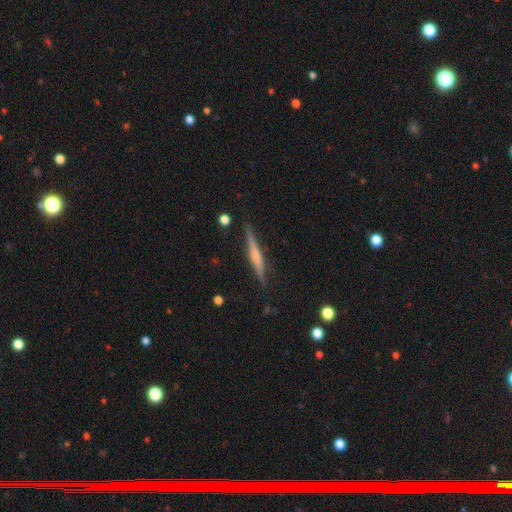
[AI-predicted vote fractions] Smooth or featured? featured or disk (63%)
Edge-on disk? yes (98%)
Edge-on bulge? rounded (47%)
Merging? none (88%)